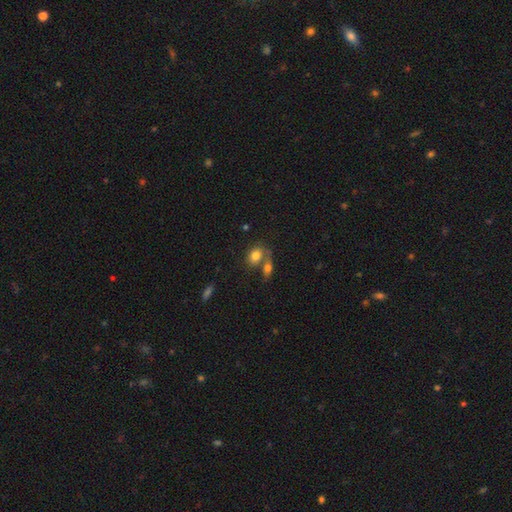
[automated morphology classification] smooth_or_featured: smooth (p=0.78) [alt: featured or disk p=0.13]
how_rounded: in between (p=0.66) [alt: round p=0.32]
merging: none (p=0.43) [alt: merger p=0.41]